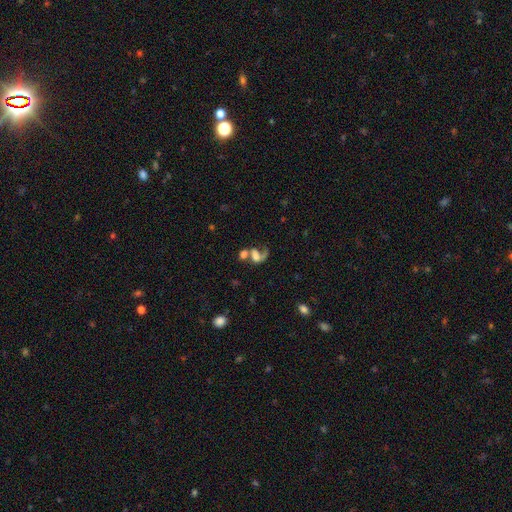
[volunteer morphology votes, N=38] Smooth or featured: smooth — 61% (featured or disk — 32%)
How rounded: in between — 87% (round — 9%)
Merging: merger — 43% (major disturbance — 37%)